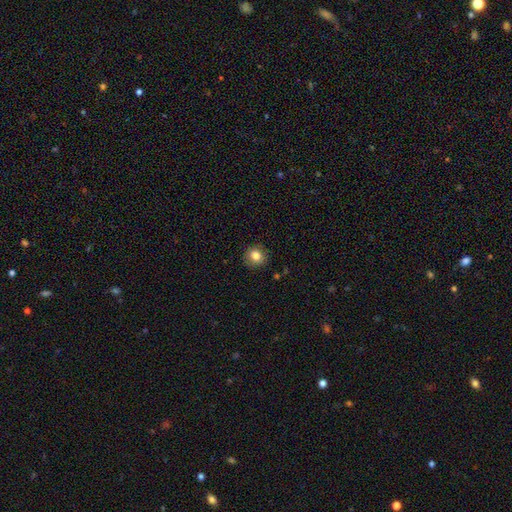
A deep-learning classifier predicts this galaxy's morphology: This appears to be a smooth galaxy with no disk features (83%) that is round (88%). Merging: none (89%).